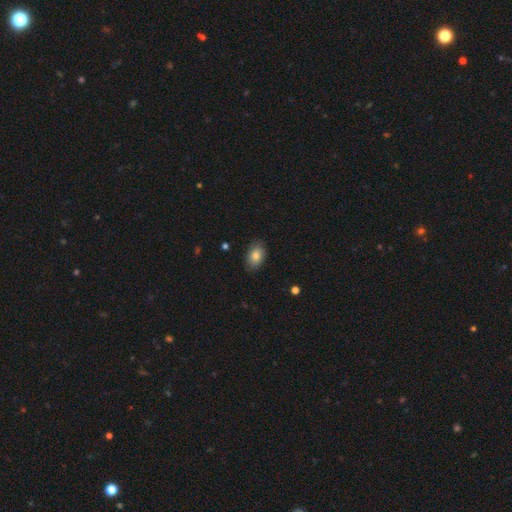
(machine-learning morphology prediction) smooth_or_featured: smooth (p=0.80) [alt: featured or disk p=0.12]
how_rounded: in between (p=0.86) [alt: round p=0.13]
merging: none (p=0.85) [alt: minor disturbance p=0.12]